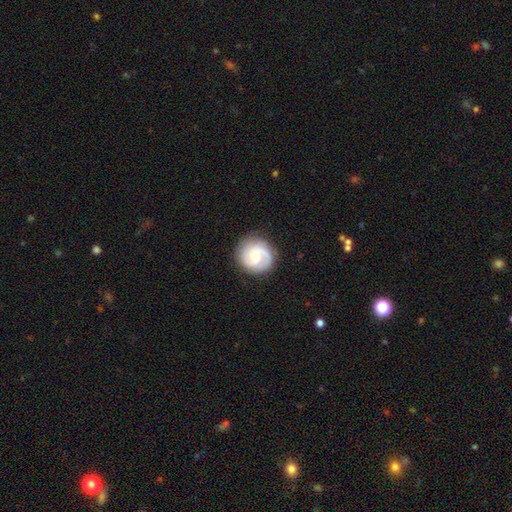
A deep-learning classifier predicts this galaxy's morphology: The model was most divided on "spiral winding": tight: 46%, medium: 40%, loose: 14%. Remaining: edge-on disk — no (98%); spiral arms — yes (94%); merging — none (81%); smooth or featured — featured or disk (68%); spiral arm count — 2 (59%); bar — no (57%); bulge size — small (45%).